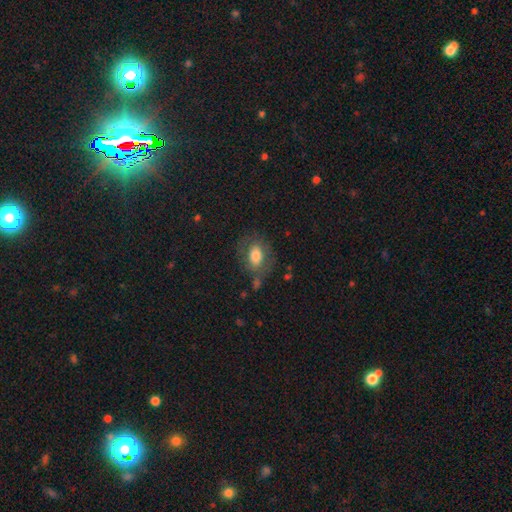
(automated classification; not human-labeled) smooth 70%, featured or disk 22%, star or artifact 8%. Down the decision tree: how rounded — in between (76%); merging — none (66%).